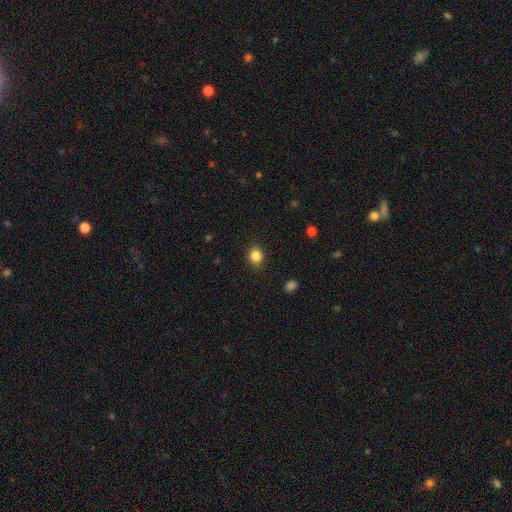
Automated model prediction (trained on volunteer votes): This is clearly a smooth galaxy (85%). How rounded: likely round (74%). Merging: clearly none (89%).